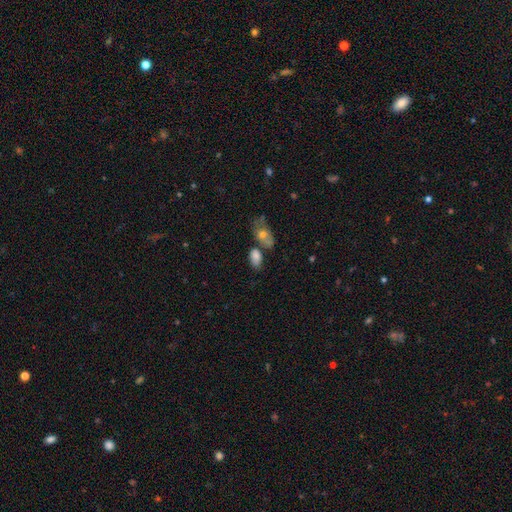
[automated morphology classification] Smooth or featured: smooth — 79% (featured or disk — 12%)
How rounded: in between — 89% (round — 9%)
Merging: none — 44% (merger — 31%)